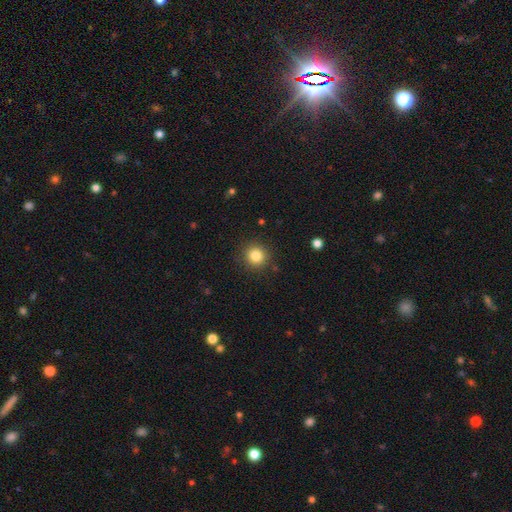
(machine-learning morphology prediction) Q: Smooth or featured?
A: smooth (83%); runner-up: star or artifact (11%)
Q: How rounded?
A: round (93%); runner-up: in between (6%)
Q: Merging?
A: none (89%); runner-up: minor disturbance (7%)